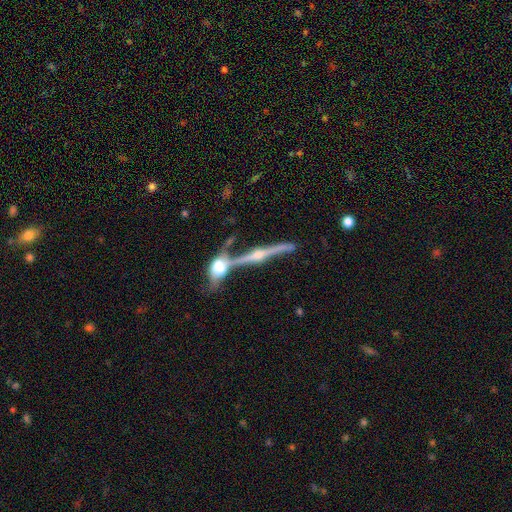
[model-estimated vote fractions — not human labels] This appears to be a featured or disk galaxy (87%) viewed edge-on (96%) with a rounded central bulge (94%). Merging: none (63%).